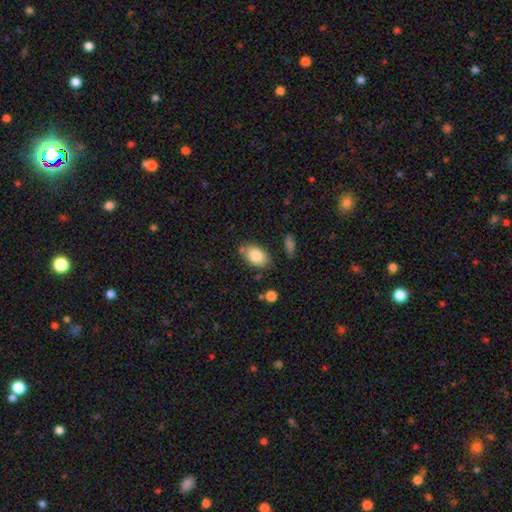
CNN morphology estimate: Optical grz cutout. It shows a smooth galaxy with no disk features (85%) that is in between round and cigar-shaped (89%). Merging: none (71%).